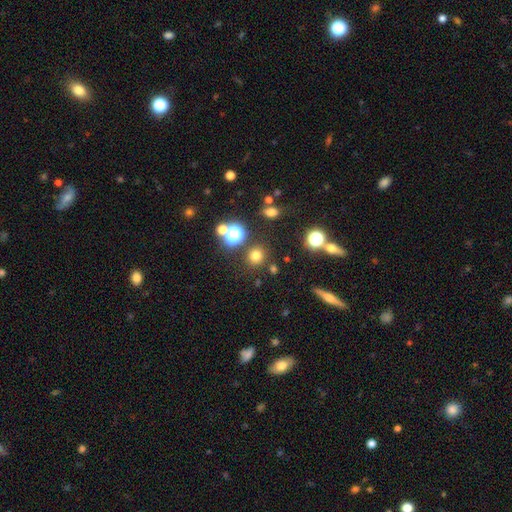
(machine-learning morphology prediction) type=smooth (71%); roundness=round (90%); merging=none (85%).